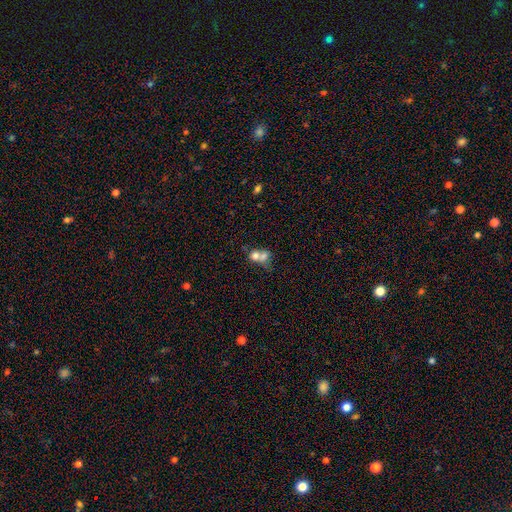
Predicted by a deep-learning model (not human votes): smooth-or-featured: smooth: 67% | featured or disk: 21% | star or artifact: 12%
  how-rounded: round: 59% | in between: 39% | cigar-shaped: 2%
  merging: merger: 68% | none: 20% | minor disturbance: 7% | major disturbance: 5%